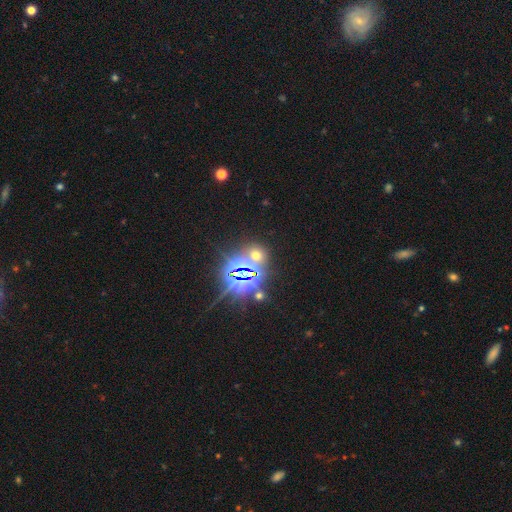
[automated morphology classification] Smooth or featured? Predicted: star or artifact (p=0.60).